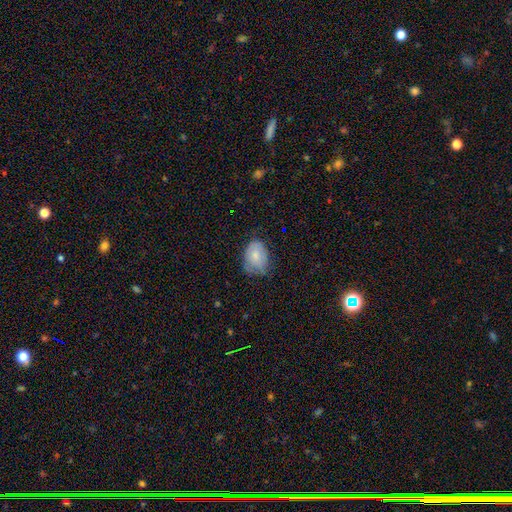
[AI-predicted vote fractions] This is likely a smooth galaxy (71%). How rounded: likely in between (77%). Merging: possibly none (52%).